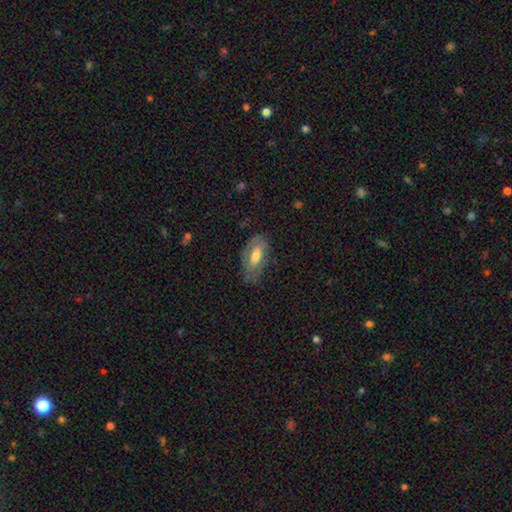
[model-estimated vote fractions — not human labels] Overall: smooth (48%; featured or disk 45%). Merging: none (62%; minor disturbance 27%).